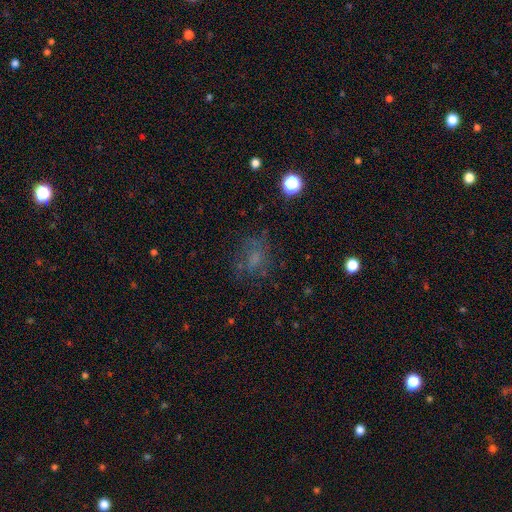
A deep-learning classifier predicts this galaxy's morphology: This appears to be a smooth galaxy with no disk features (46%). Merging: none (60%).